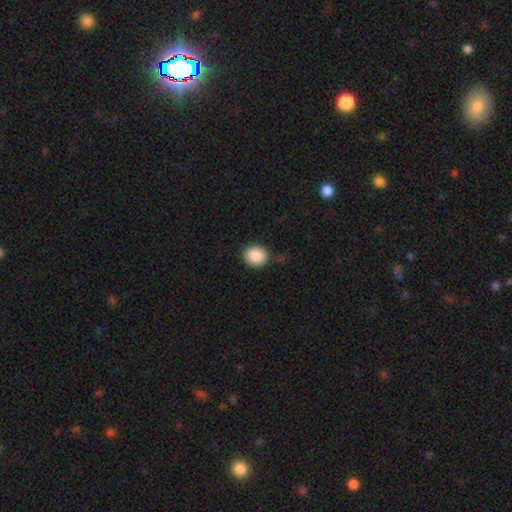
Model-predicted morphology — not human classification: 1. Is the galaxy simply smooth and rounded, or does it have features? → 88% smooth, 8% star or artifact, 4% featured or disk.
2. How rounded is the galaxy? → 76% round, 23% in between, 1% cigar-shaped.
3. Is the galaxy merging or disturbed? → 78% none, 15% minor disturbance, 4% major disturbance, 3% merger.